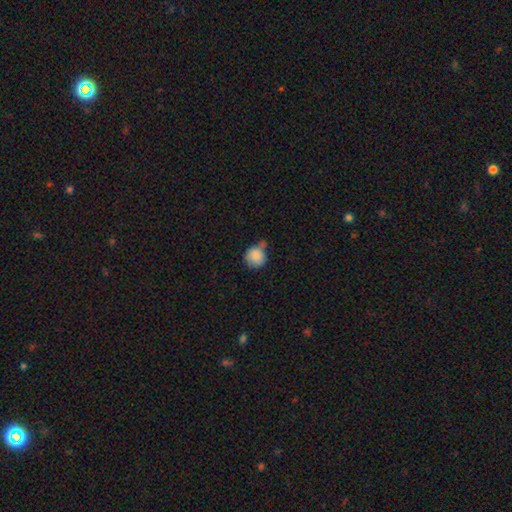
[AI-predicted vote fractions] Smooth or featured?
  - smooth: 87% *
  - star or artifact: 8%
  - featured or disk: 6%
How rounded?
  - round: 89% *
  - in between: 10%
  - cigar-shaped: 1%
Merging?
  - none: 51% *
  - minor disturbance: 26%
  - merger: 16%
  - major disturbance: 7%